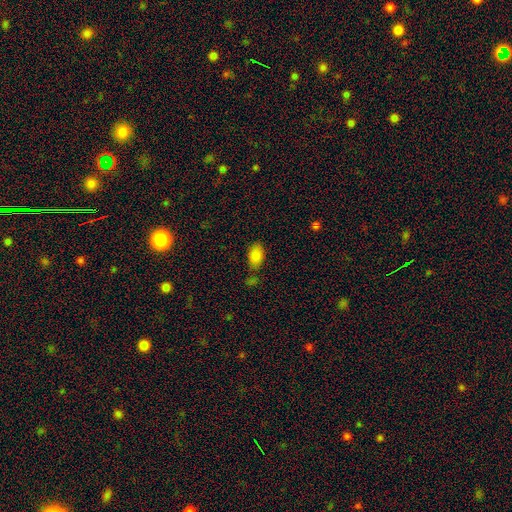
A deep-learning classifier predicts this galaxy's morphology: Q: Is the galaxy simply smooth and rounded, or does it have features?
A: smooth — 86%.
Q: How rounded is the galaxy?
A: in between — 92%.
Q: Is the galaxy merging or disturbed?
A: none — 64%.